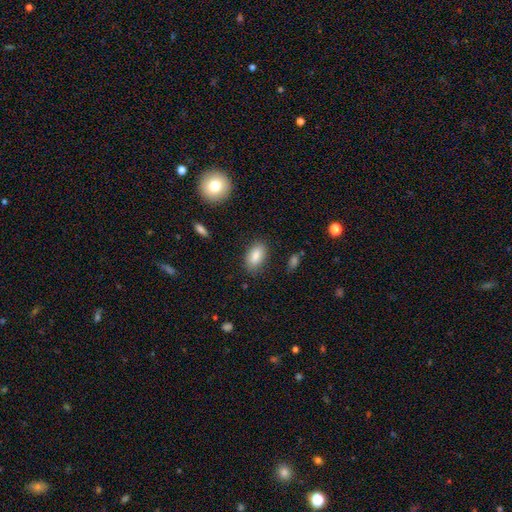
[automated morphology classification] Smooth or featured? Predicted: smooth (p=0.85). How rounded? Predicted: in between (p=0.92). Merging? Predicted: none (p=0.83).